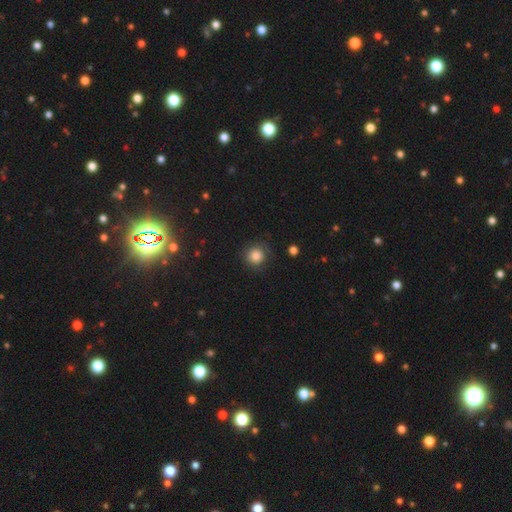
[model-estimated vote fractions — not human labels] Smooth or featured? smooth (84%)
How rounded? round (92%)
Merging? none (78%)